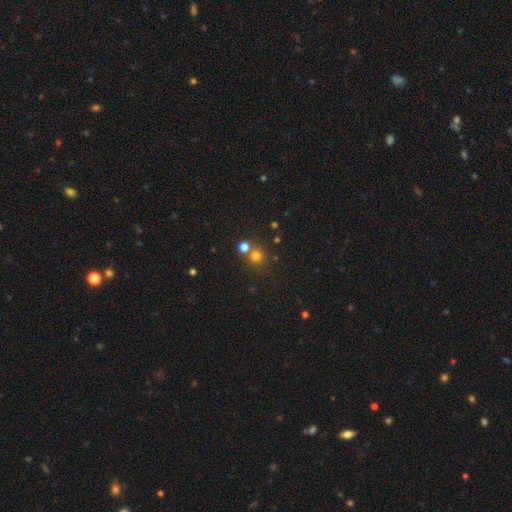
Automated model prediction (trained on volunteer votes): Morphology: type=smooth (73%); roundness=round (90%); merging=none (61%).